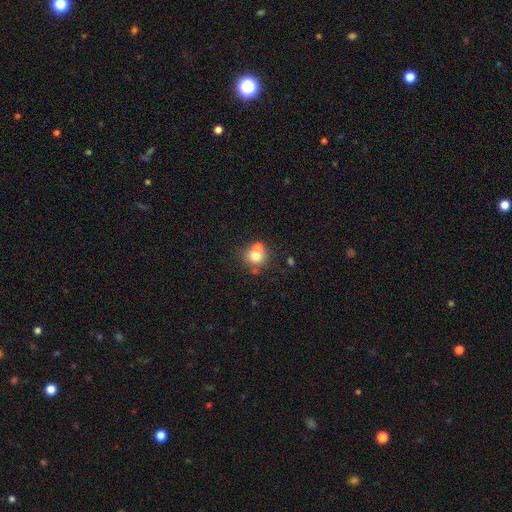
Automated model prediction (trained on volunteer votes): The model was most divided on "merging": none: 51%, merger: 36%, minor disturbance: 9%, major disturbance: 4%. More confident: how rounded — round (84%); smooth or featured — smooth (71%).